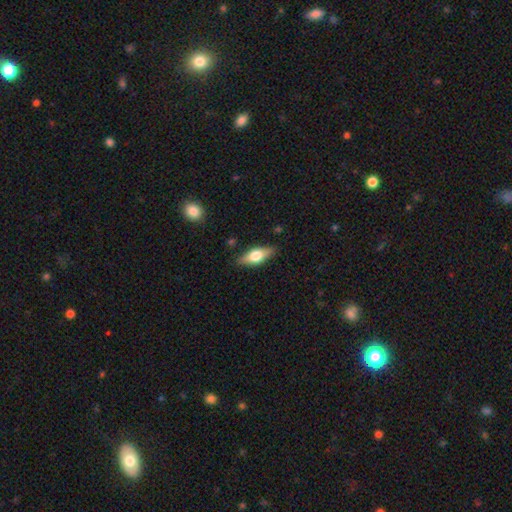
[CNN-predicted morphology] This appears to be a smooth galaxy with no disk features (53%) that is in between round and cigar-shaped (72%). Merging: none (84%).